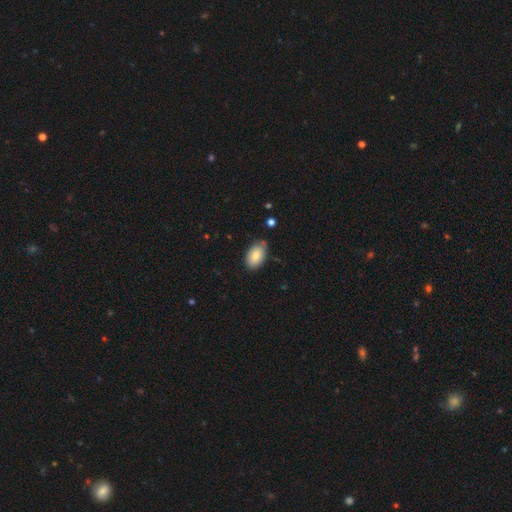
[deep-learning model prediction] This appears to be a smooth galaxy with no disk features (79%) that is in between round and cigar-shaped (92%). Merging: none (76%).